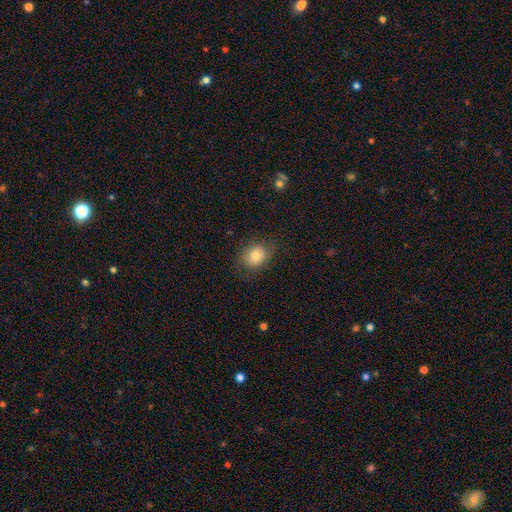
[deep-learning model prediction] smooth-or-featured: smooth: 78% | featured or disk: 13% | star or artifact: 9%
  how-rounded: round: 56% | in between: 44% | cigar-shaped: 1%
  merging: none: 75% | minor disturbance: 17% | major disturbance: 7% | merger: 1%